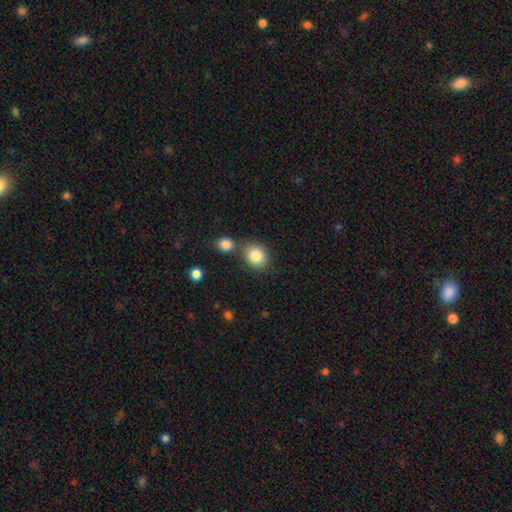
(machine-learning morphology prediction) smooth-or-featured: smooth: 85% | star or artifact: 8% | featured or disk: 6%
  how-rounded: round: 61% | in between: 38% | cigar-shaped: 1%
  merging: none: 62% | merger: 23% | minor disturbance: 12% | major disturbance: 4%